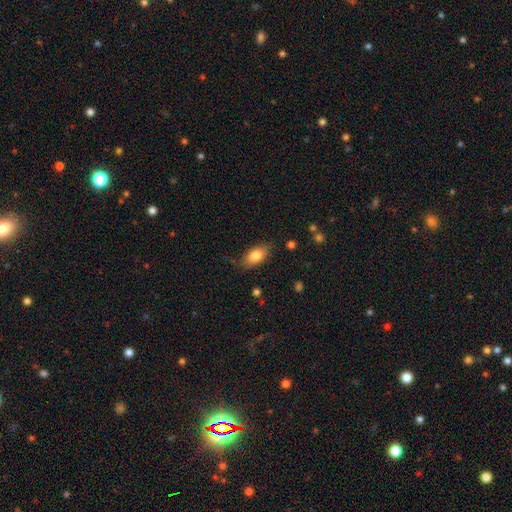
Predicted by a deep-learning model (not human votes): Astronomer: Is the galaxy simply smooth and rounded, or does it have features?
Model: smooth — 80%.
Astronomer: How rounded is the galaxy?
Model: in between — 89%.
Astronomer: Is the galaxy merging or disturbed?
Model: none — 74%.